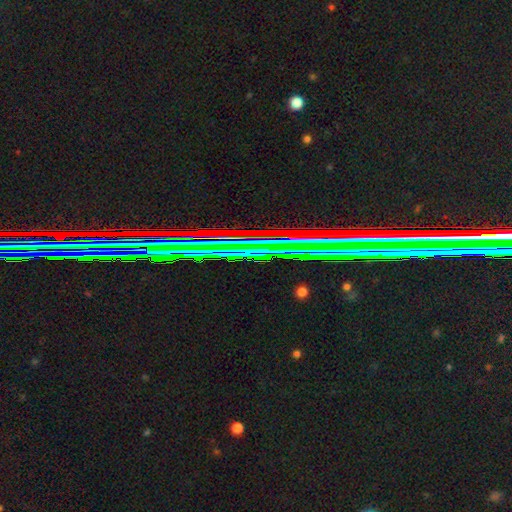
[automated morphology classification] Overall: star or artifact (76%).